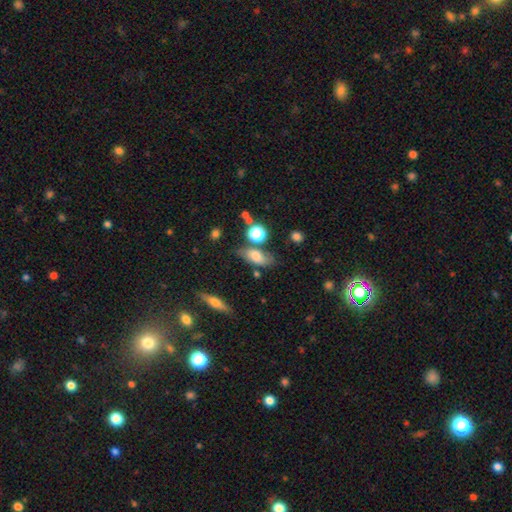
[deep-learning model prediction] smooth-or-featured: smooth: 66% | featured or disk: 22% | star or artifact: 12%
  how-rounded: in between: 77% | cigar-shaped: 13% | round: 10%
  merging: none: 62% | minor disturbance: 21% | merger: 10% | major disturbance: 7%